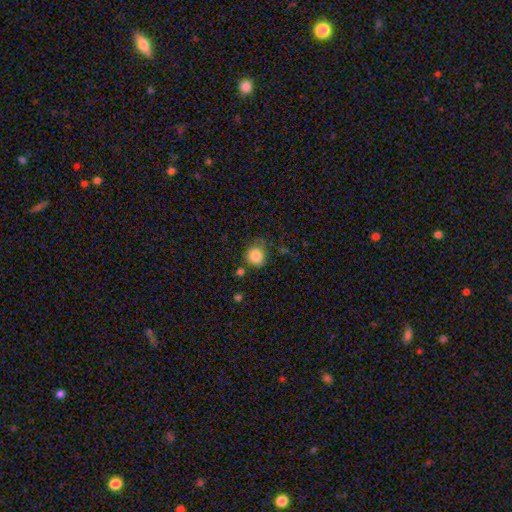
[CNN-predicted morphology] A smooth galaxy with no disk features (86%) that is round (83%).

Vote fractions:
- Smooth or featured? smooth: 86% / star or artifact: 9% / featured or disk: 5%
- How rounded? round: 83% / in between: 17% / cigar-shaped: 1%
- Merging? none: 69% / minor disturbance: 21% / major disturbance: 6% / merger: 5%